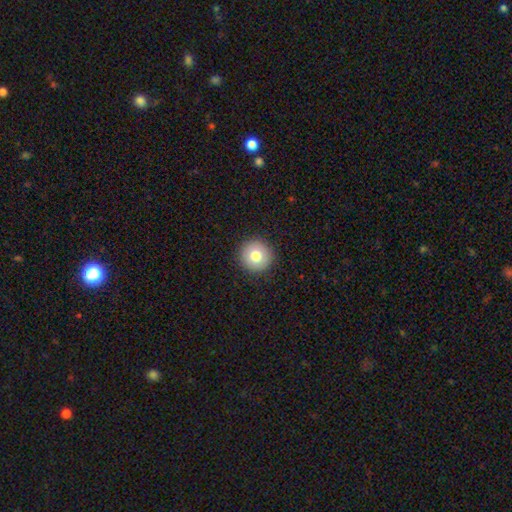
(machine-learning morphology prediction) smooth-or-featured: smooth: 77% | featured or disk: 13% | star or artifact: 10%
  how-rounded: round: 96% | in between: 3% | cigar-shaped: 1%
  merging: none: 92% | minor disturbance: 5% | major disturbance: 2% | merger: 1%